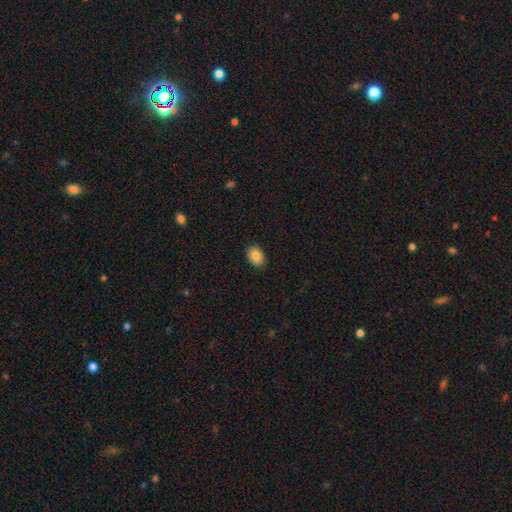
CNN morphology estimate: Smooth or featured: smooth — 85% (star or artifact — 8%)
How rounded: in between — 73% (round — 26%)
Merging: none — 90% (minor disturbance — 8%)